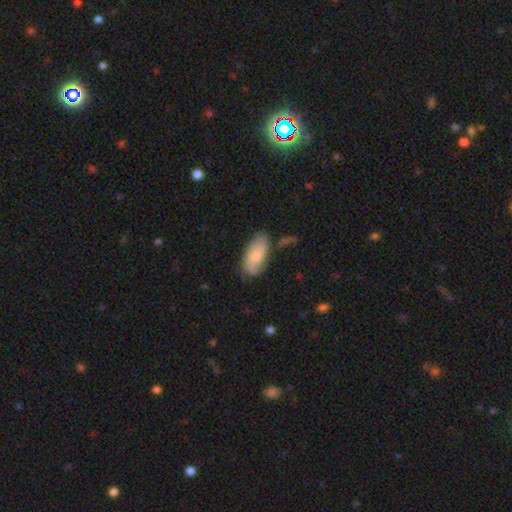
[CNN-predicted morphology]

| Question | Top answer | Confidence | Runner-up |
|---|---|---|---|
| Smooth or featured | smooth | 47% | featured or disk (46%) |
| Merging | none | 66% | minor disturbance (23%) |